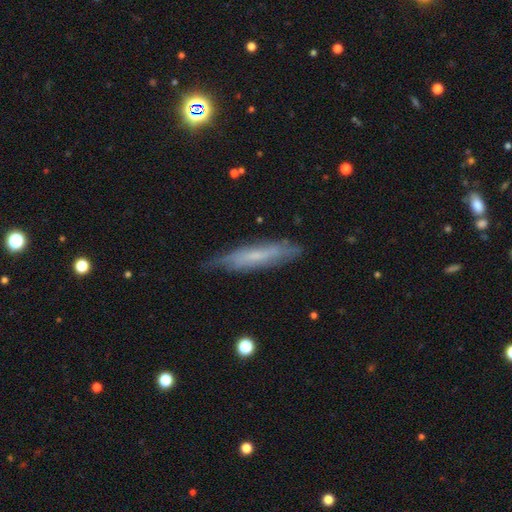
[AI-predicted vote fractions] Smooth or featured?
  - featured or disk: 49% *
  - smooth: 43%
  - star or artifact: 7%
Merging?
  - none: 73% *
  - minor disturbance: 21%
  - major disturbance: 4%
  - merger: 2%